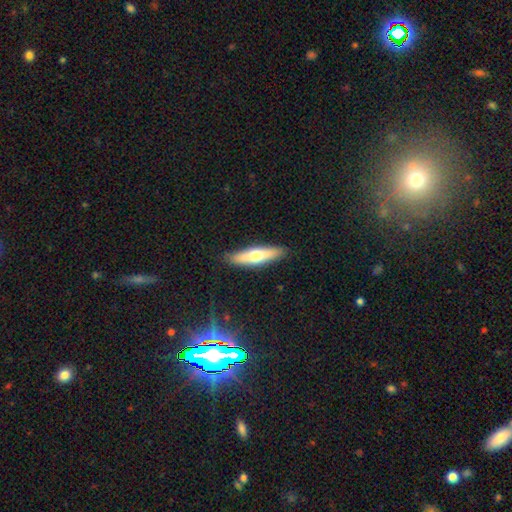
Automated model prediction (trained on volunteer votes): Overall: smooth (57%; featured or disk 38%). How rounded: cigar-shaped (71%). Merging: none (88%).